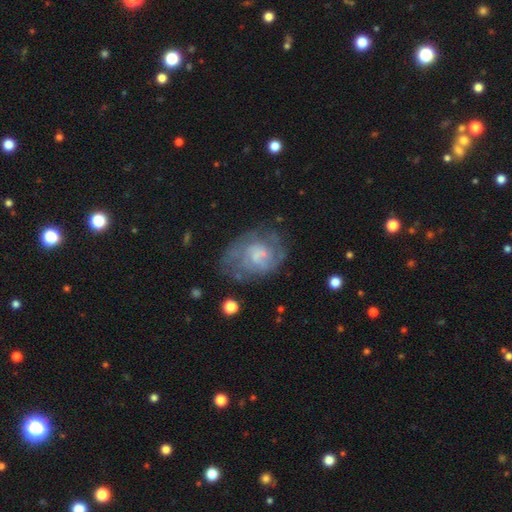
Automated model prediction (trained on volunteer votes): Overall: featured or disk (63%; smooth 27%). Edge-on disk: no (97%). Bar: no (65%; weak 31%). Spiral arms: yes (69%; no 31%). Bulge size: small (39%; none 31%). Merging: none (55%; minor disturbance 23%).